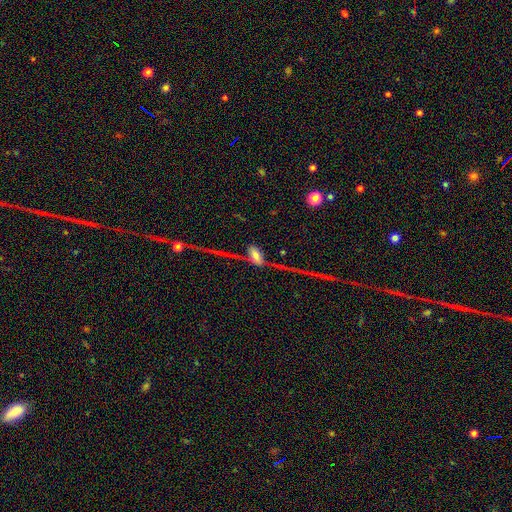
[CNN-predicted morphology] Overall: featured or disk (47%; smooth 38%). Merging: none (60%).